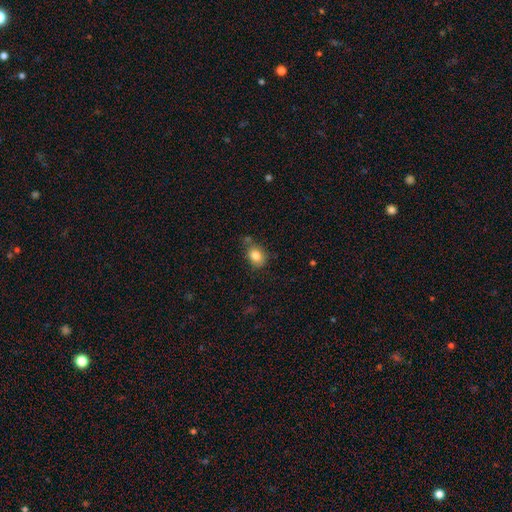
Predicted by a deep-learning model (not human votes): Smooth or featured? smooth (83%)
How rounded? in between (51%)
Merging? none (66%)